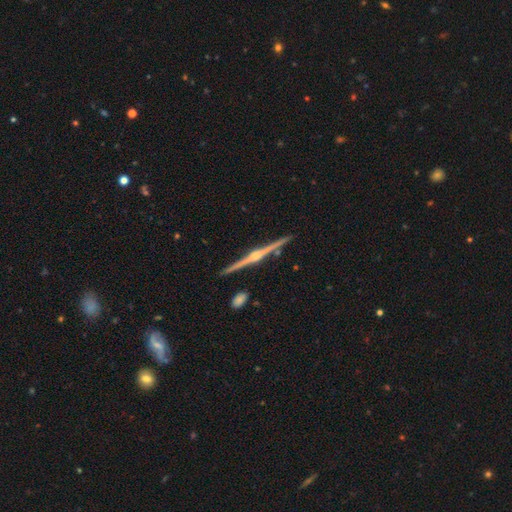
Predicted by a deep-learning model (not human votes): Overall: featured or disk (89%). Edge-on disk: yes (99%). Edge-on bulge: rounded (87%). Merging: none (91%).